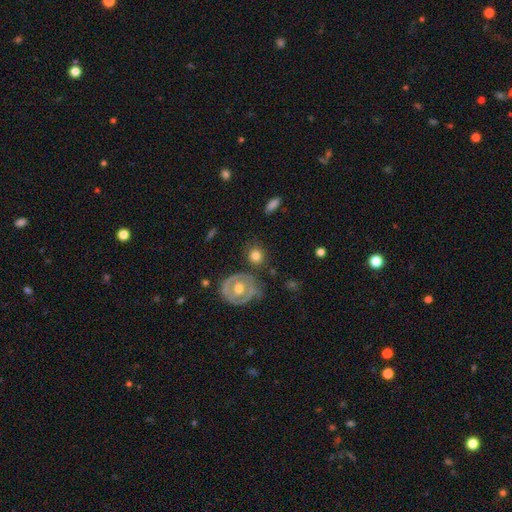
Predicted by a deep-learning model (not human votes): Q: Smooth or featured?
A: smooth (75%); runner-up: featured or disk (18%)
Q: How rounded?
A: round (83%); runner-up: in between (16%)
Q: Merging?
A: none (75%); runner-up: minor disturbance (13%)